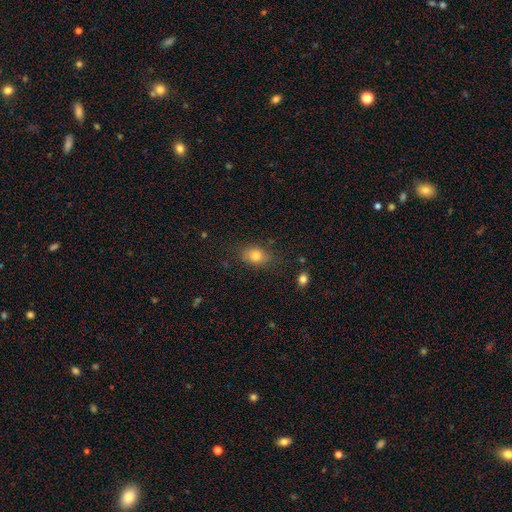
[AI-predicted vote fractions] smooth-or-featured: smooth: 78% | featured or disk: 12% | star or artifact: 10%
  how-rounded: in between: 68% | round: 31% | cigar-shaped: 2%
  merging: none: 77% | minor disturbance: 17% | major disturbance: 4% | merger: 2%